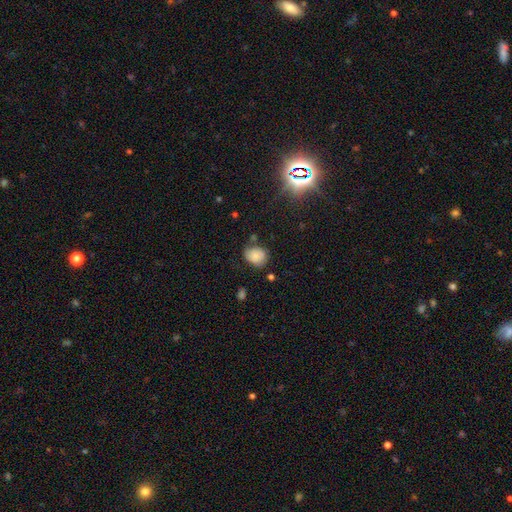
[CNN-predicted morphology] smooth_or_featured: smooth (p=0.76) [alt: featured or disk p=0.13]
how_rounded: round (p=0.56) [alt: in between p=0.43]
merging: none (p=0.62) [alt: minor disturbance p=0.25]